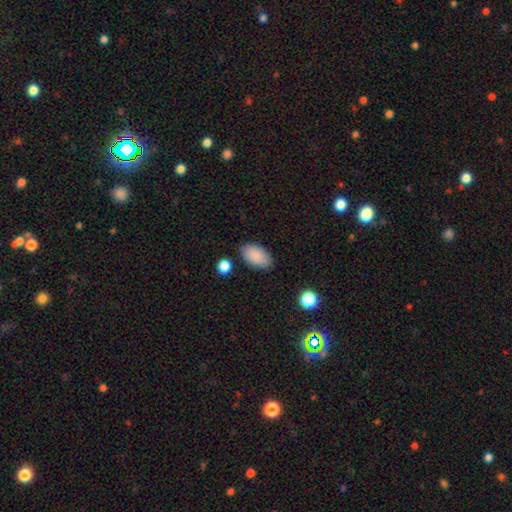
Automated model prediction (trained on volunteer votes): Smooth or featured? Predicted: smooth (p=0.88). How rounded? Predicted: in between (p=0.94). Merging? Predicted: none (p=0.83).